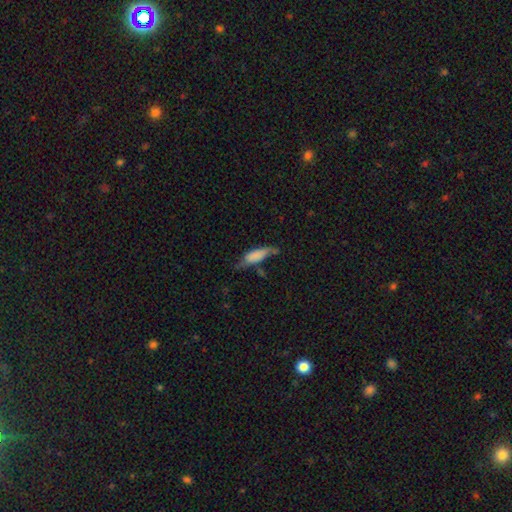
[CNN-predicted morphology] type=smooth (71%); roundness=in between (52%); merging=none (38%).